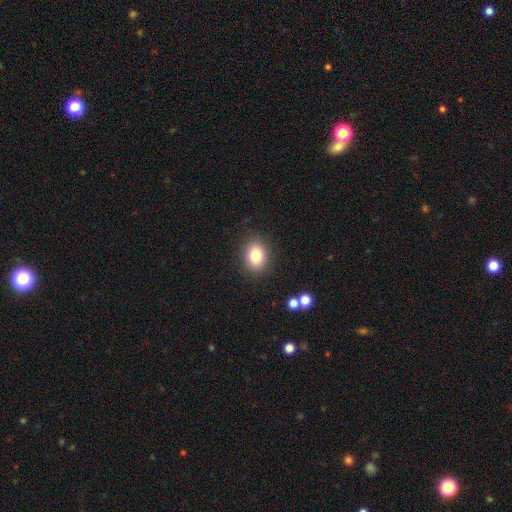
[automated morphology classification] A smooth galaxy with no disk features (82%) that is in between round and cigar-shaped (58%). Merging: none (87%).